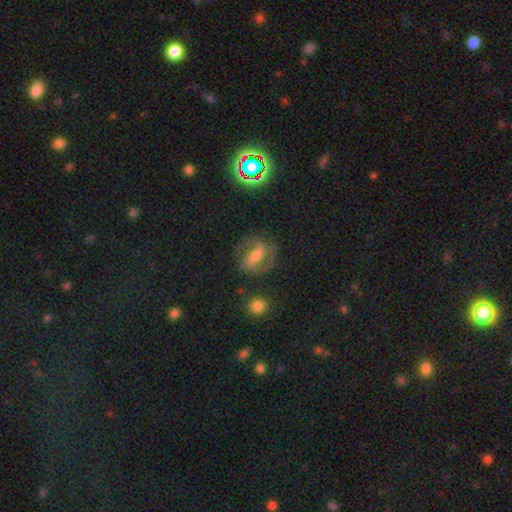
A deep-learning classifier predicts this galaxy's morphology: A featured or disk galaxy (70%) with a strong bar (57%), 2 (85%) medium (48%) spiral arms (84%) and a moderate central bulge (55%).

Vote fractions:
- Smooth or featured? featured or disk: 70% / smooth: 19% / star or artifact: 12%
- Edge-on disk? no: 92% / yes: 8%
- Bar? strong: 57% / weak: 29% / no: 14%
- Spiral arms? yes: 84% / no: 16%
- Spiral winding? medium: 48% / tight: 31% / loose: 20%
- Spiral arm count? 2: 85% / can't tell: 8% / 1: 4% / 3: 1% / 4: 1% / more than 4: 1%
- Bulge size? moderate: 55% / small: 35% / large: 6% / none: 3% / dominant: 1%
- Merging? none: 75% / minor disturbance: 15% / major disturbance: 8% / merger: 2%